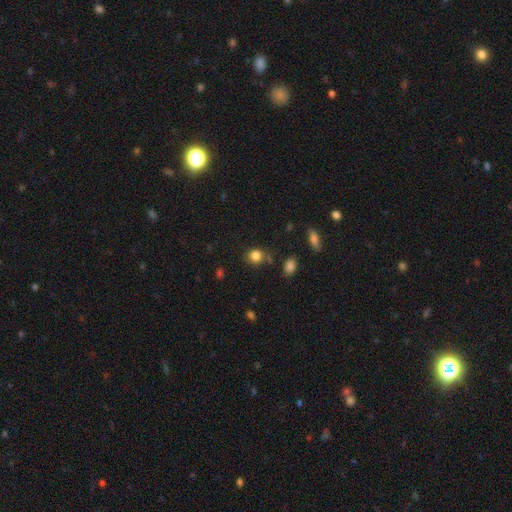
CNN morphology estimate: Smooth or featured? Predicted: smooth (p=0.84). How rounded? Predicted: round (p=0.79). Merging? Predicted: none (p=0.76).